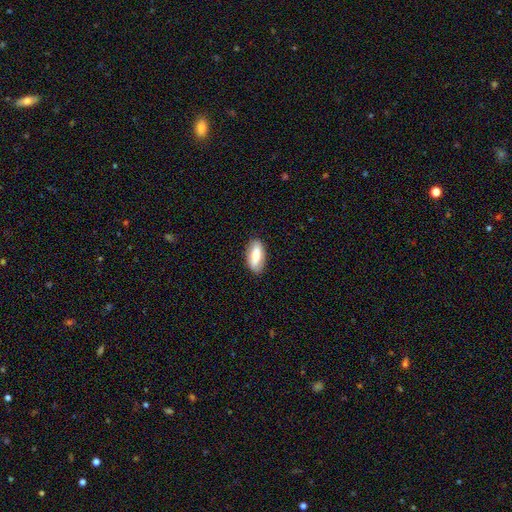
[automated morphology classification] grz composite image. It shows a smooth galaxy with no disk features (65%) that is in between round and cigar-shaped (84%). Merging: none (87%).